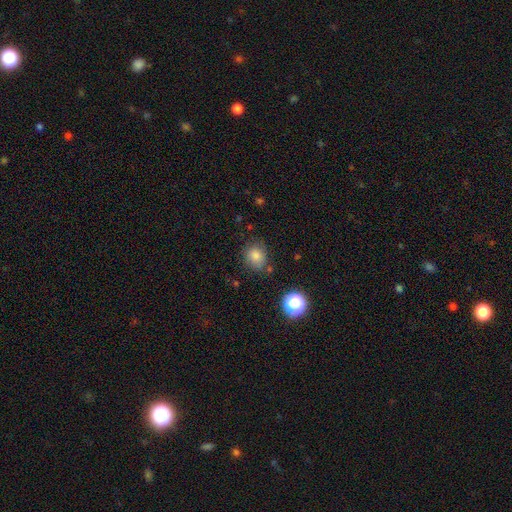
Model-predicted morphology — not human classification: Overall: smooth (80%). How rounded: round (73%). Merging: none (75%).